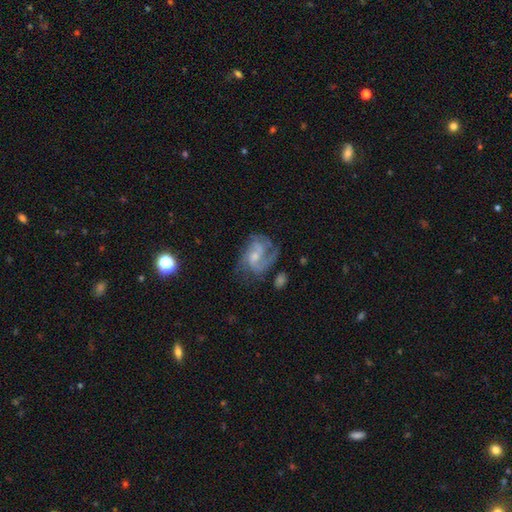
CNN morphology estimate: Smooth or featured? featured or disk (82%)
Edge-on disk? no (98%)
Bar? no (45%, tied with weak)
Spiral arms? yes (93%)
Spiral winding? medium (51%)
Spiral arm count? 2 (48%)
Bulge size? small (49%)
Merging? none (55%)